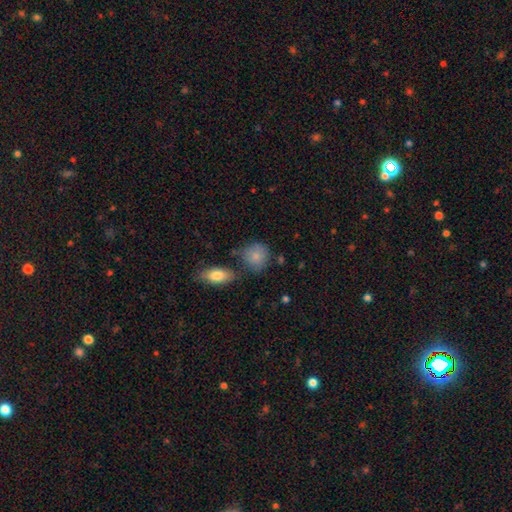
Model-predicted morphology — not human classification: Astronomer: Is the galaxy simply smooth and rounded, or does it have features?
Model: smooth — 83%.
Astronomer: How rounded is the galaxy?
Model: round — 77%.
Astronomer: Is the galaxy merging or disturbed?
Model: none — 62%.